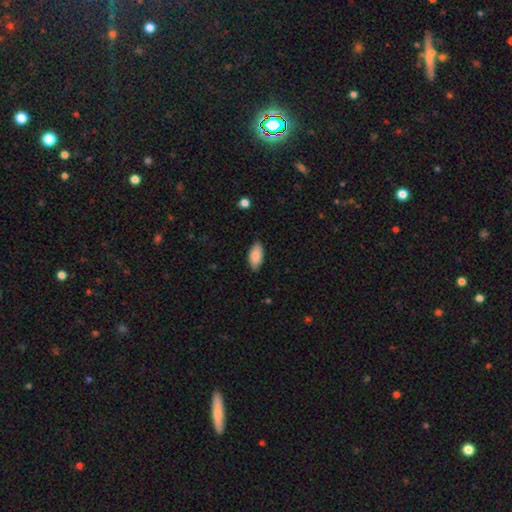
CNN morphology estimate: smooth 87%, featured or disk 7%, star or artifact 6%. Down the decision tree: how rounded — in between (92%); merging — none (83%).